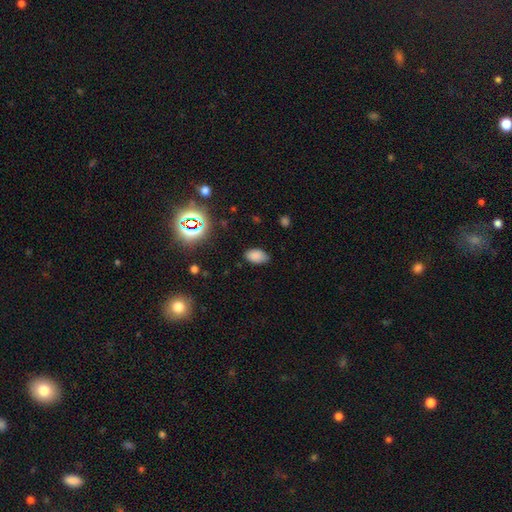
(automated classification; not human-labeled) smooth_or_featured: smooth (p=0.81) [alt: star or artifact p=0.13]
how_rounded: in between (p=0.92) [alt: round p=0.06]
merging: none (p=0.81) [alt: minor disturbance p=0.14]